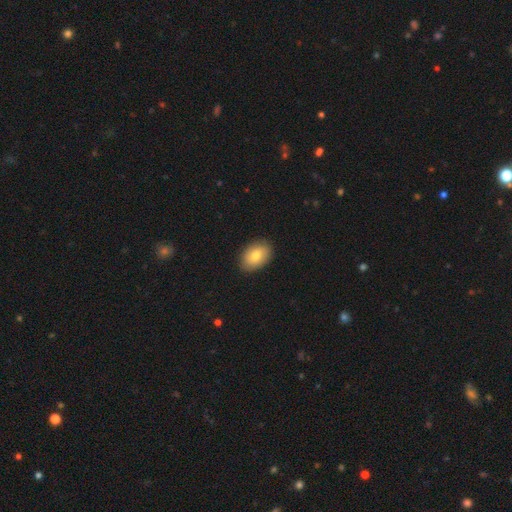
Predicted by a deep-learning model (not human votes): Morphology: type=smooth (78%); roundness=in between (85%); merging=none (87%).